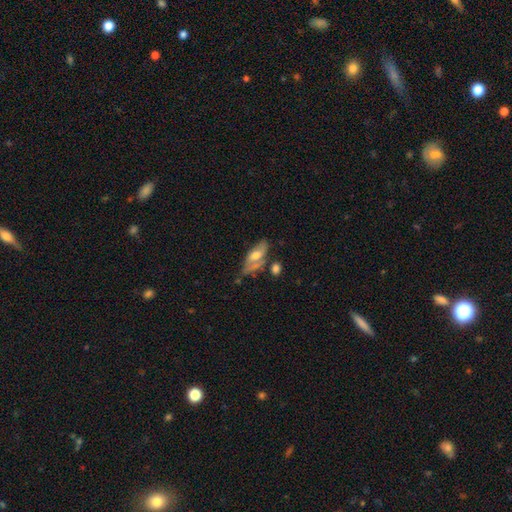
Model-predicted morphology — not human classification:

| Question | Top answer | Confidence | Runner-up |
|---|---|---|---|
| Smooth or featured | featured or disk | 47% | smooth (46%) |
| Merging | none | 49% | minor disturbance (25%) |